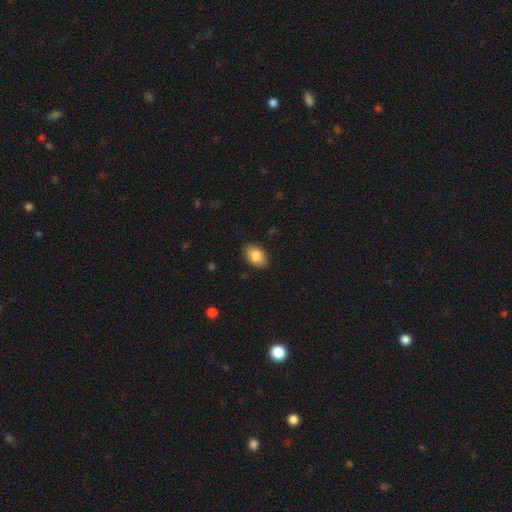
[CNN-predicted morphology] Q: Smooth or featured?
A: smooth (85%); runner-up: featured or disk (8%)
Q: How rounded?
A: in between (88%); runner-up: round (11%)
Q: Merging?
A: none (88%); runner-up: minor disturbance (9%)